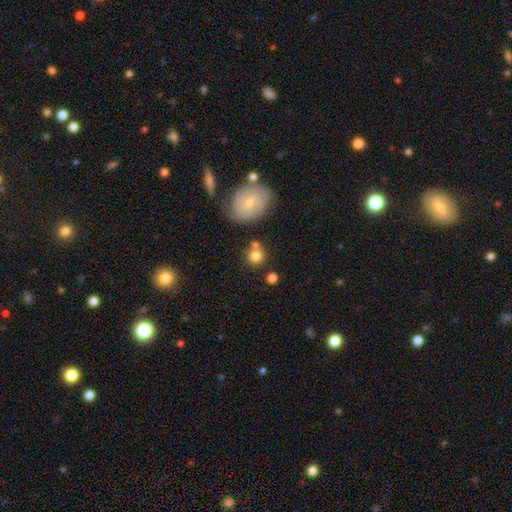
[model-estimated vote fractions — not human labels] A smooth galaxy with no disk features (79%) that is round (87%). Merging: none (65%).